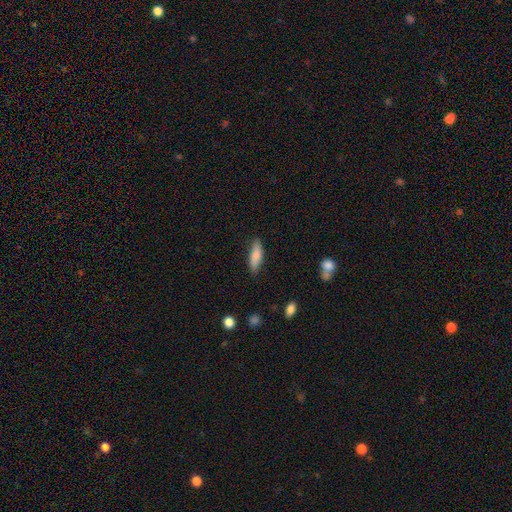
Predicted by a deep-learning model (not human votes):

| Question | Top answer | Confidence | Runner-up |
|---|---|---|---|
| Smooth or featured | smooth | 80% | featured or disk (14%) |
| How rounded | in between | 50% | cigar-shaped (48%) |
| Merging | none | 82% | minor disturbance (14%) |